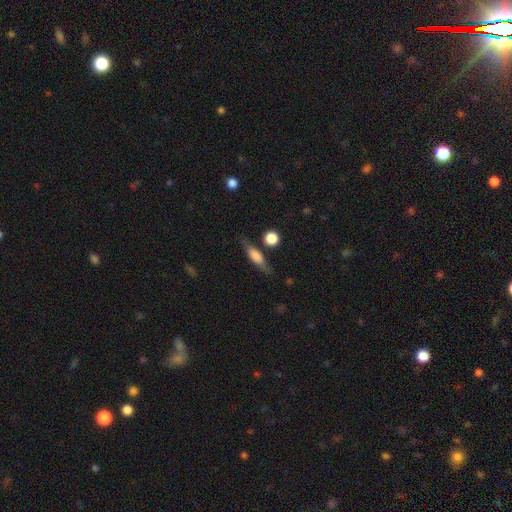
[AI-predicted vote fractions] Overall: smooth (53%; featured or disk 38%). How rounded: cigar-shaped (53%; in between 39%). Merging: none (70%).